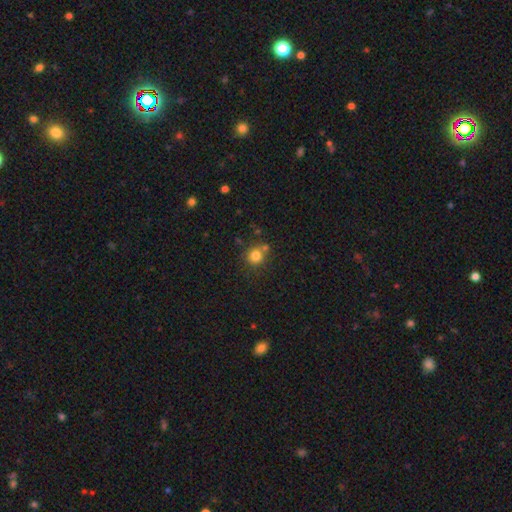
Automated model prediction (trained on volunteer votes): Smooth or featured: smooth — 80% (star or artifact — 13%)
How rounded: round — 89% (in between — 10%)
Merging: none — 69% (merger — 17%)